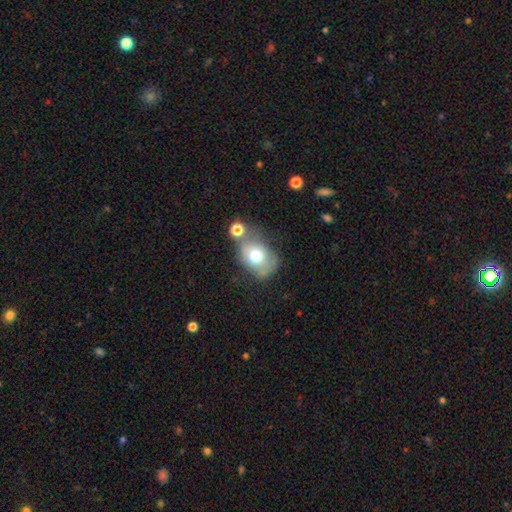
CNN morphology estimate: Q: Smooth or featured?
A: smooth (65%); runner-up: featured or disk (25%)
Q: How rounded?
A: in between (61%); runner-up: round (38%)
Q: Merging?
A: none (39%); runner-up: merger (26%)